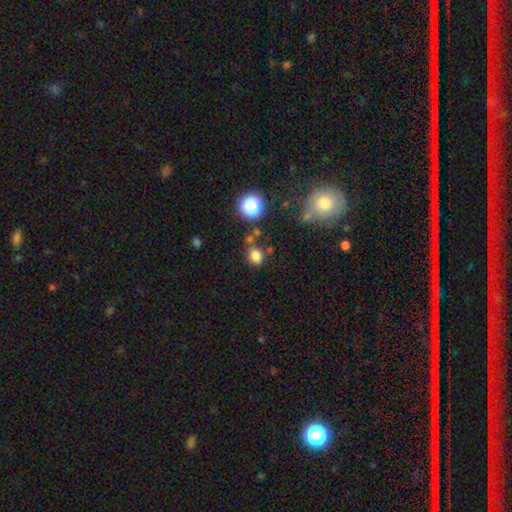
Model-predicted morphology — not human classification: Smooth or featured? smooth (79%)
How rounded? round (65%)
Merging? none (73%)